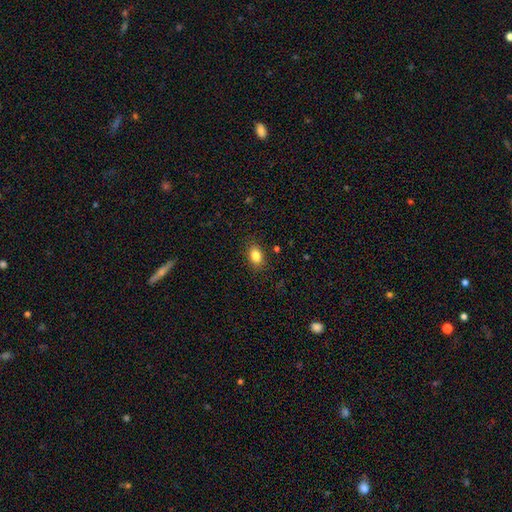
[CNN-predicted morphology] smooth-or-featured: smooth: 84% | star or artifact: 9% | featured or disk: 7%
  how-rounded: in between: 80% | round: 18% | cigar-shaped: 2%
  merging: none: 86% | minor disturbance: 10% | major disturbance: 3% | merger: 1%